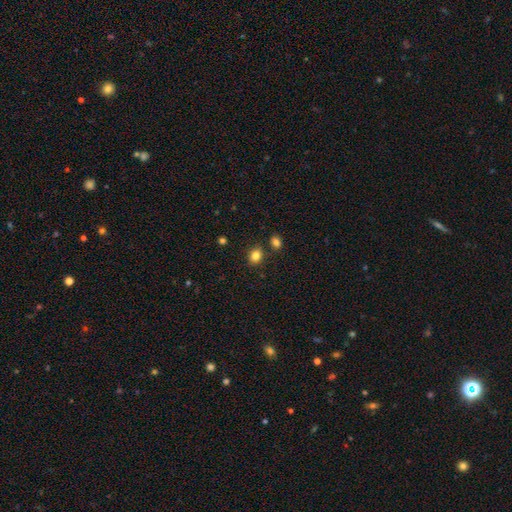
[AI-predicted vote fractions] A smooth galaxy with no disk features (83%) that is round (57%).

Vote fractions:
- Smooth or featured? smooth: 83% / star or artifact: 12% / featured or disk: 5%
- How rounded? round: 57% / in between: 42% / cigar-shaped: 1%
- Merging? none: 82% / minor disturbance: 9% / merger: 6% / major disturbance: 2%